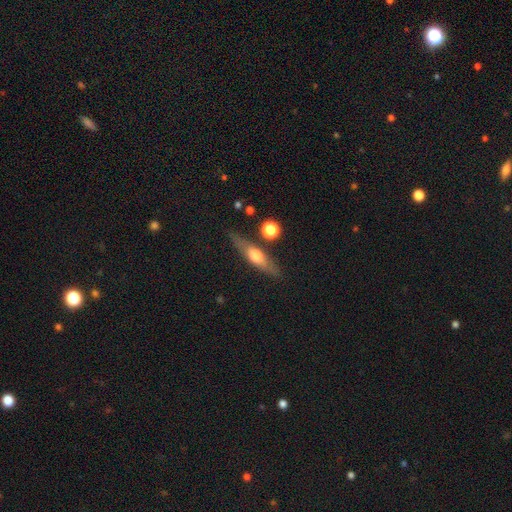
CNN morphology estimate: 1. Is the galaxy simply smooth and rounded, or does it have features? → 52% featured or disk, 41% smooth, 7% star or artifact.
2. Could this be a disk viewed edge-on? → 88% yes, 12% no.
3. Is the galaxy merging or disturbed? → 79% none, 13% minor disturbance, 4% merger, 4% major disturbance.